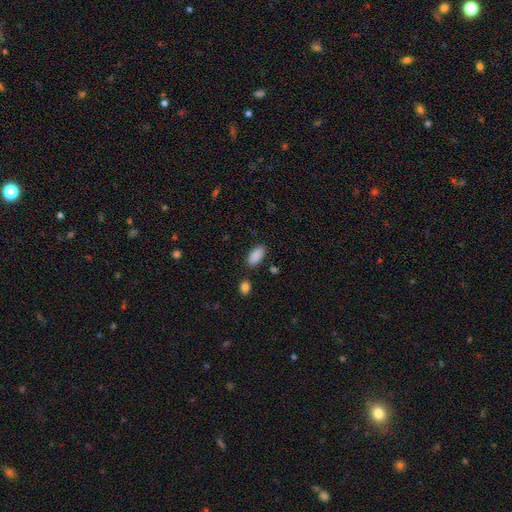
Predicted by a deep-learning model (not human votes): Overall: smooth (89%). How rounded: in between (92%). Merging: none (83%).